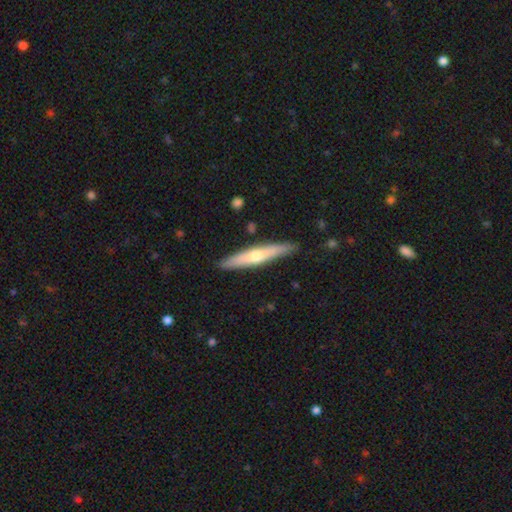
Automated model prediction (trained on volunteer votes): Smooth or featured?
  - featured or disk: 52% *
  - smooth: 43%
  - star or artifact: 5%
Edge-on disk?
  - yes: 91% *
  - no: 9%
Merging?
  - none: 89% *
  - minor disturbance: 8%
  - major disturbance: 2%
  - merger: 1%